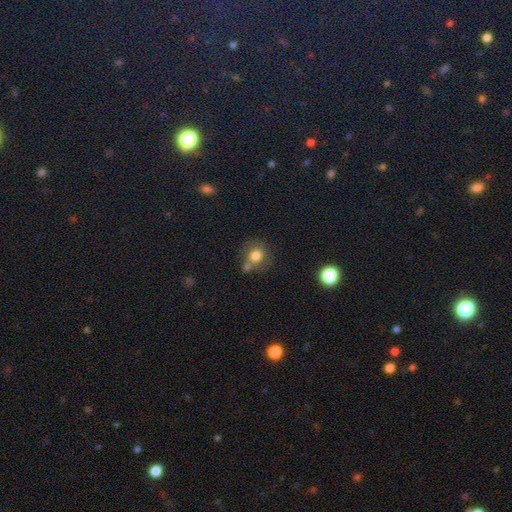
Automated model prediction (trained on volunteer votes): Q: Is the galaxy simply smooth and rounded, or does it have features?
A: smooth — 78%.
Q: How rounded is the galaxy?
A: round — 78%.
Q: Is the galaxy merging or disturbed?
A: none — 57%.